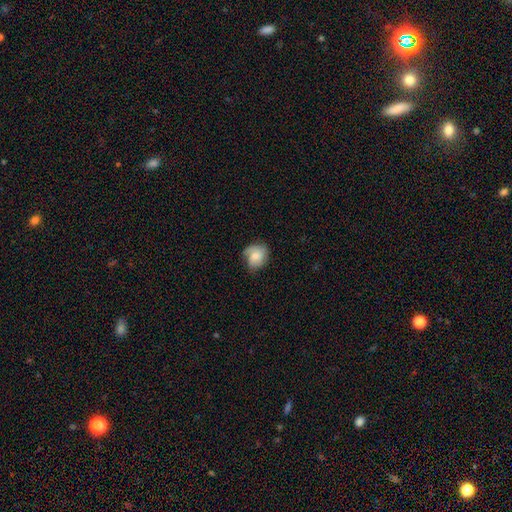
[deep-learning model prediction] This appears to be a smooth galaxy with no disk features (59%) that is round (63%). Merging: none (57%).